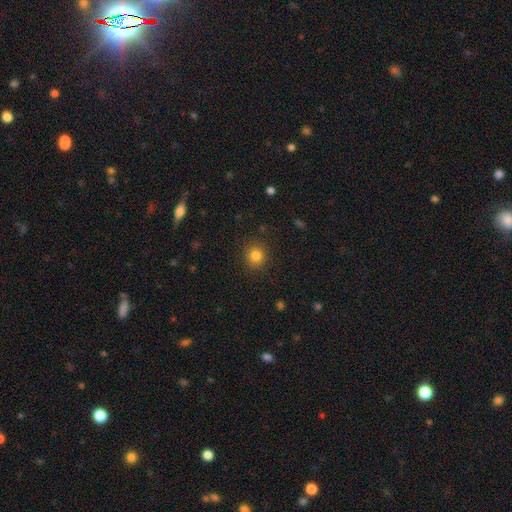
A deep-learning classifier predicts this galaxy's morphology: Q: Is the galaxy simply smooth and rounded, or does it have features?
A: smooth — 83%.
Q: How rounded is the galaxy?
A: round — 90%.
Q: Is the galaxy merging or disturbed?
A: none — 89%.